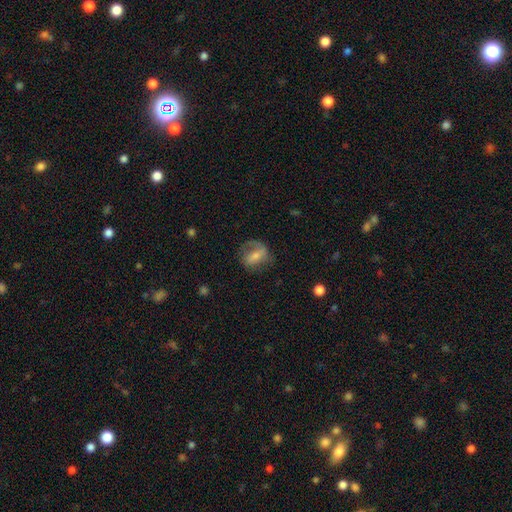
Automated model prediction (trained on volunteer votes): Smooth or featured? featured or disk (49%)
Merging? none (51%)